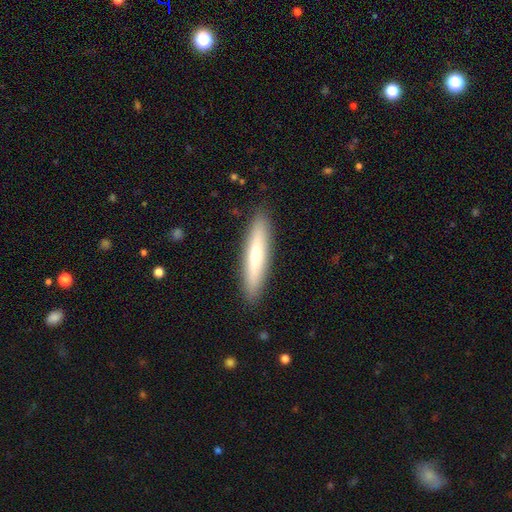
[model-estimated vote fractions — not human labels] The model was most divided on "smooth or featured": smooth: 61%, featured or disk: 34%, star or artifact: 6%. More confident: merging — none (90%); how rounded — cigar-shaped (83%).